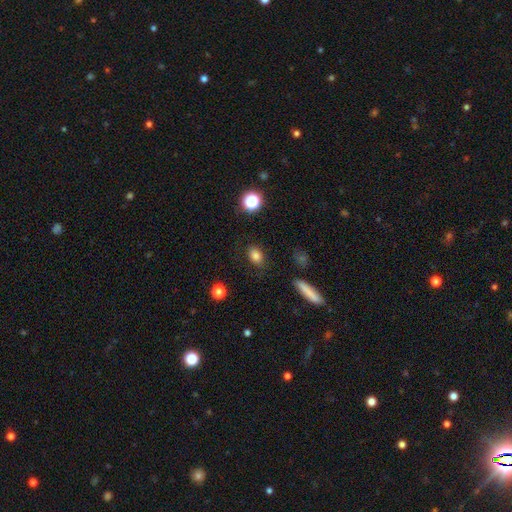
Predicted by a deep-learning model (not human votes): smooth_or_featured: smooth (p=0.82) [alt: star or artifact p=0.11]
how_rounded: in between (p=0.71) [alt: round p=0.26]
merging: none (p=0.83) [alt: minor disturbance p=0.11]